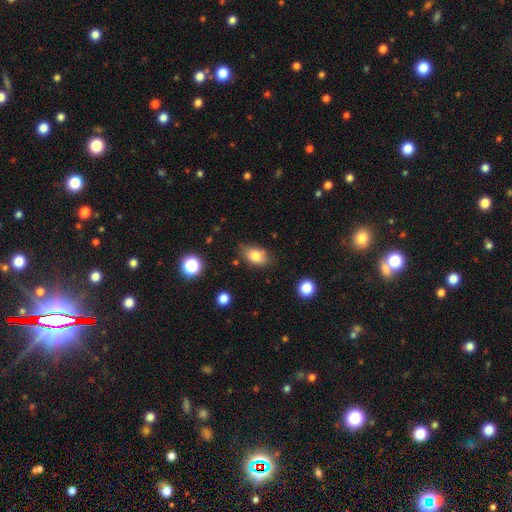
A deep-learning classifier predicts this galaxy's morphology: smooth-or-featured: smooth: 78% | featured or disk: 12% | star or artifact: 9%
  how-rounded: in between: 85% | round: 12% | cigar-shaped: 3%
  merging: none: 75% | minor disturbance: 19% | major disturbance: 4% | merger: 3%